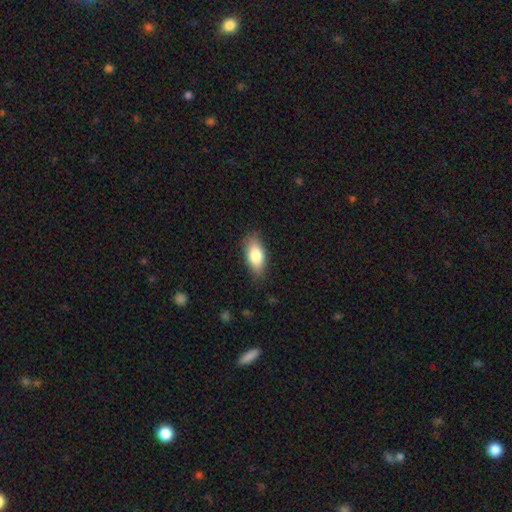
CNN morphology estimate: Smooth or featured? smooth (80%)
How rounded? in between (85%)
Merging? none (83%)